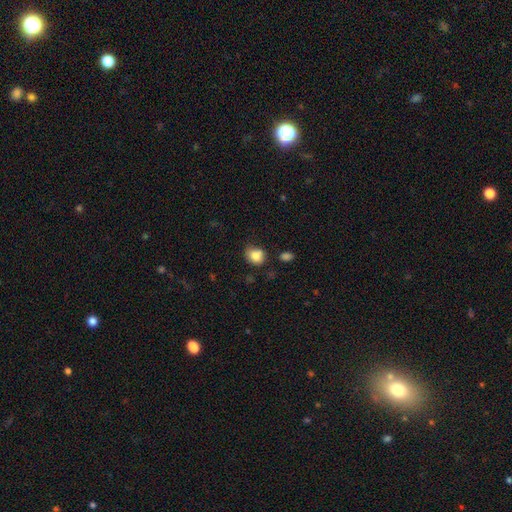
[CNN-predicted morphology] type=smooth (81%); roundness=round (54%); merging=none (61%).